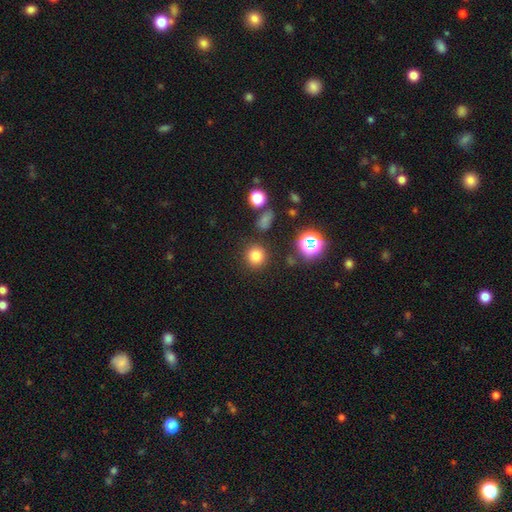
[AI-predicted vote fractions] Smooth or featured? Predicted: smooth (p=0.78). How rounded? Predicted: round (p=0.92). Merging? Predicted: none (p=0.87).